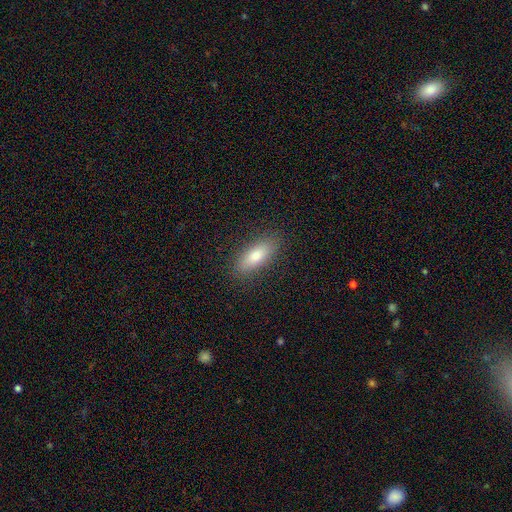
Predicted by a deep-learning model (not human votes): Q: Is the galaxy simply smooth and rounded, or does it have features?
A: smooth — 77%.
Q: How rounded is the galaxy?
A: in between — 67%.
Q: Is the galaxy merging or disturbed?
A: none — 88%.